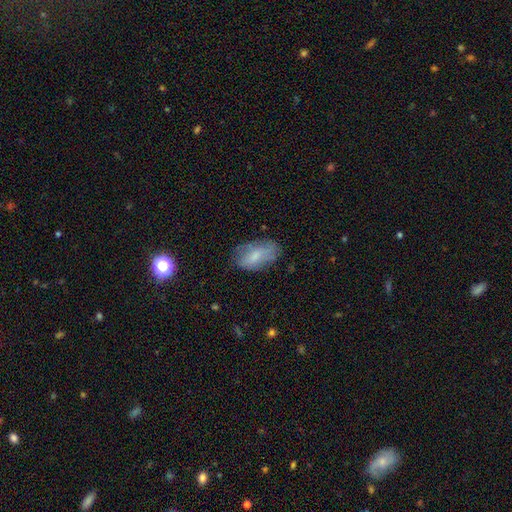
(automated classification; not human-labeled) This appears to be a smooth galaxy with no disk features (69%) that is in between round and cigar-shaped (92%). Merging: none (65%).